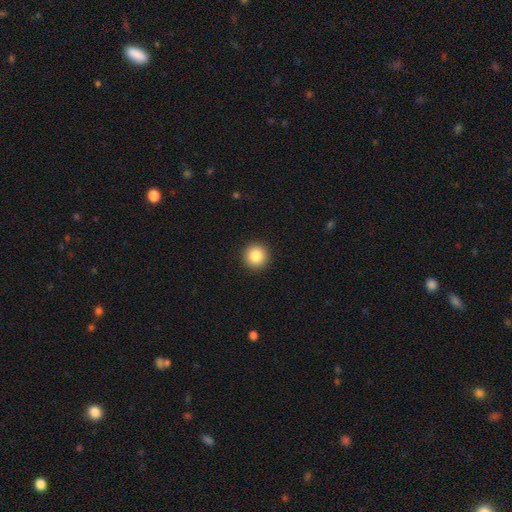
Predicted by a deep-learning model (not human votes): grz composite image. It shows a smooth galaxy with no disk features (86%) that is round (95%). Merging: none (93%).